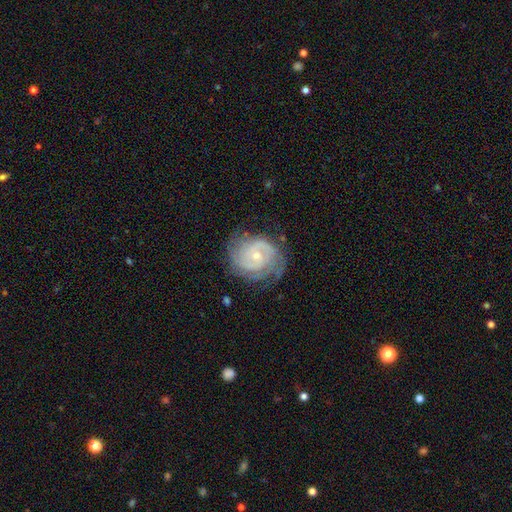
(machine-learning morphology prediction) Smooth or featured? Predicted: featured or disk (p=0.86). Edge-on disk? Predicted: no (p=0.98). Bar? Predicted: no (p=0.65). Spiral arms? Predicted: yes (p=0.97). Spiral winding? Predicted: tight (p=0.61). Spiral arm count? Predicted: 2 (p=0.44). Bulge size? Predicted: small (p=0.70). Merging? Predicted: none (p=0.70).